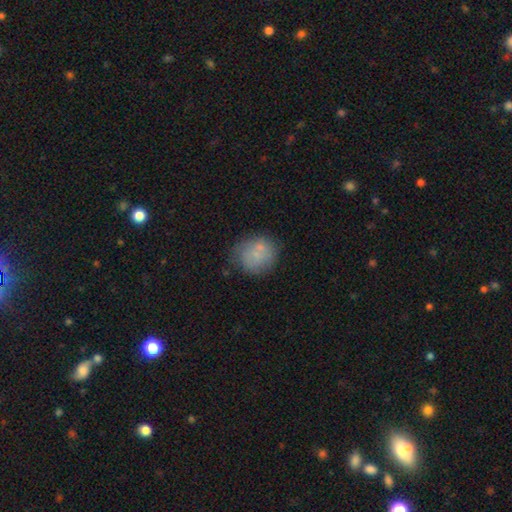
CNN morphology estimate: This appears to be a smooth galaxy with no disk features (70%) that is round (81%). Merging: none (63%).